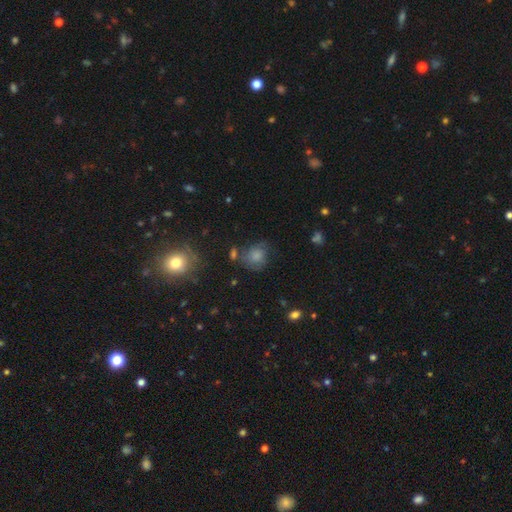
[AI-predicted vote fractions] smooth 68%, featured or disk 19%, star or artifact 13%. Down the decision tree: how rounded — round (70%); merging — none (51%).